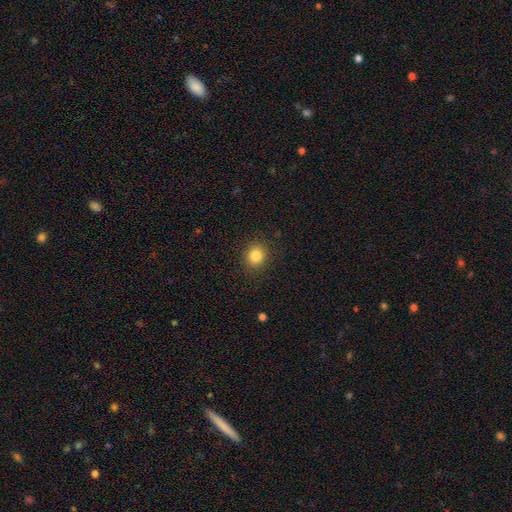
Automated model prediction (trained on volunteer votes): Smooth or featured?
  - smooth: 84% *
  - star or artifact: 11%
  - featured or disk: 5%
How rounded?
  - round: 80% *
  - in between: 20%
  - cigar-shaped: 1%
Merging?
  - none: 89% *
  - minor disturbance: 7%
  - major disturbance: 3%
  - merger: 1%